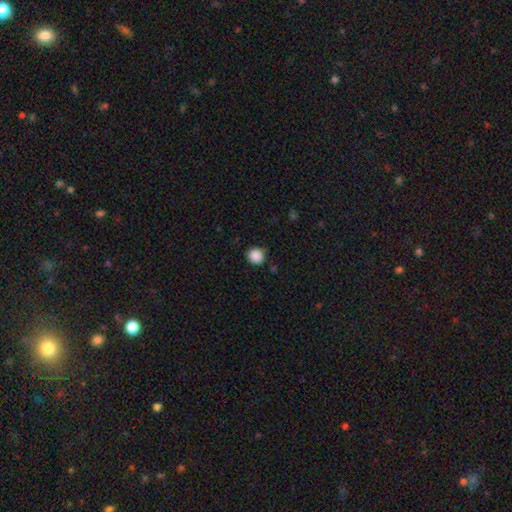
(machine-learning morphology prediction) Overall: smooth (88%). How rounded: round (89%). Merging: none (86%).